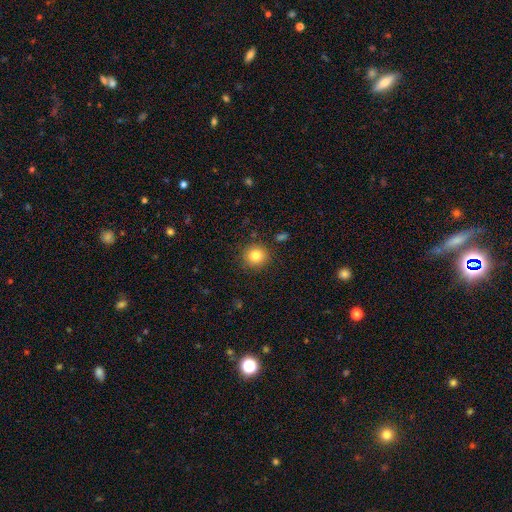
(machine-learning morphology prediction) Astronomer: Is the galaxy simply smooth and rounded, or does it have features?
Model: smooth — 82%.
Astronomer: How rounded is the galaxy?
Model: round — 92%.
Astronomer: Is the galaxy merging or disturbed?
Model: none — 89%.